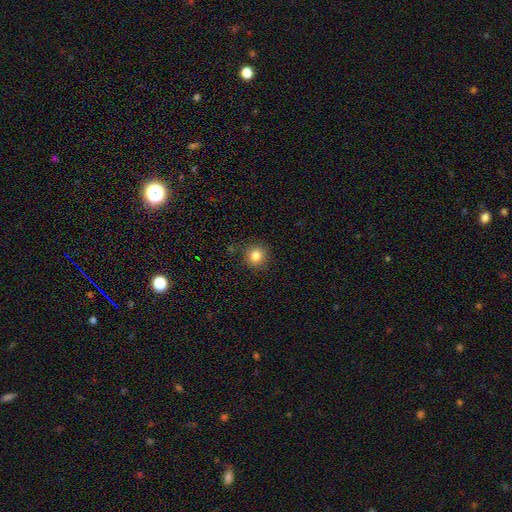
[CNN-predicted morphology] Overall: smooth (83%). How rounded: round (92%). Merging: none (89%).